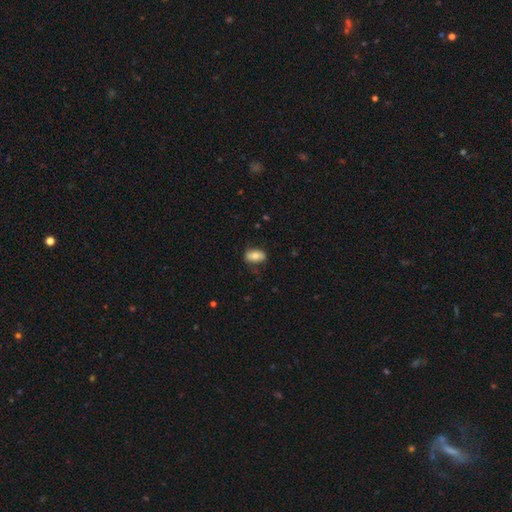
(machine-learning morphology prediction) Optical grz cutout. It shows a smooth galaxy with no disk features (72%) that is in between round and cigar-shaped (88%). Merging: none (74%).